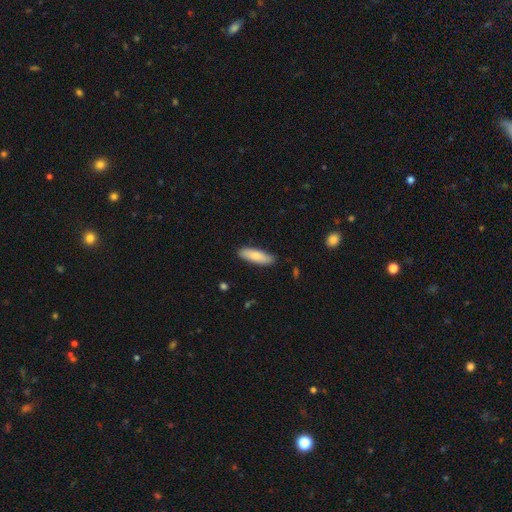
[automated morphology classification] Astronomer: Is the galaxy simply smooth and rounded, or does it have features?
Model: smooth — 81%.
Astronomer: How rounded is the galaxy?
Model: cigar-shaped — 50% (runner-up: in between, 48%).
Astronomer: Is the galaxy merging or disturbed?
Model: none — 86%.